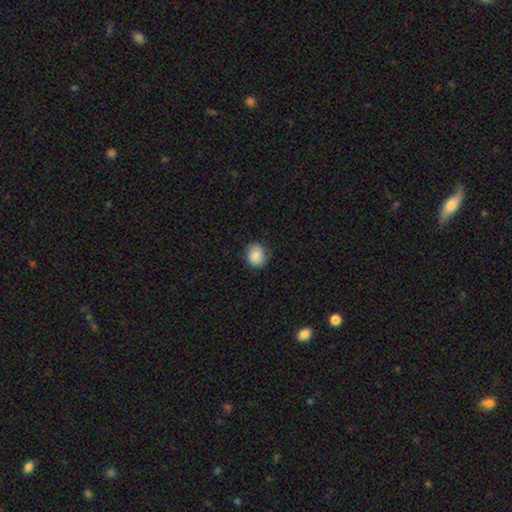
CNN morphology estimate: smooth 84%, featured or disk 8%, star or artifact 8%. Down the decision tree: how rounded — round (72%); merging — none (80%).